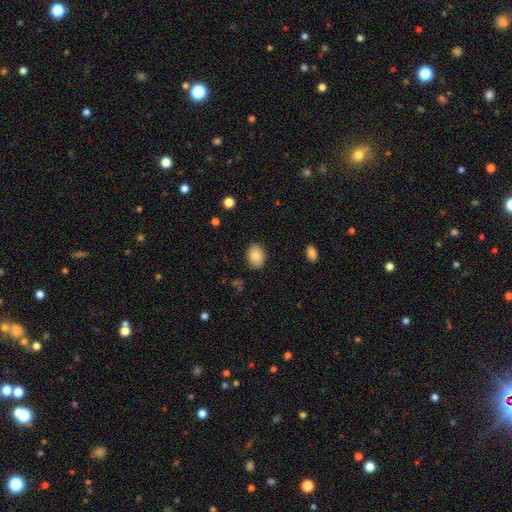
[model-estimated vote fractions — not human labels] A smooth galaxy with no disk features (84%) that is in between round and cigar-shaped (76%). Merging: none (85%).